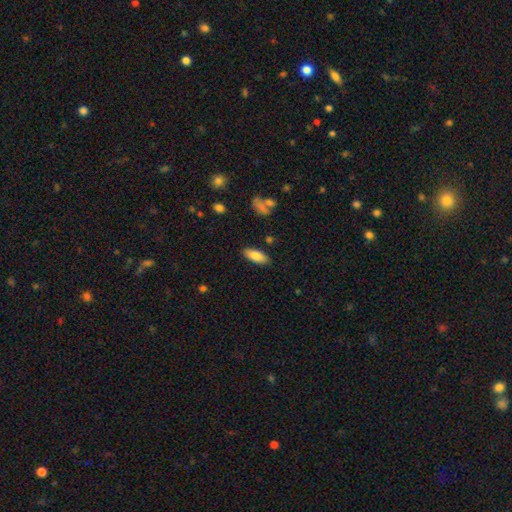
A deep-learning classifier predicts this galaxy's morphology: Smooth or featured: smooth — 84% (featured or disk — 10%)
How rounded: in between — 78% (cigar-shaped — 20%)
Merging: none — 86% (minor disturbance — 10%)